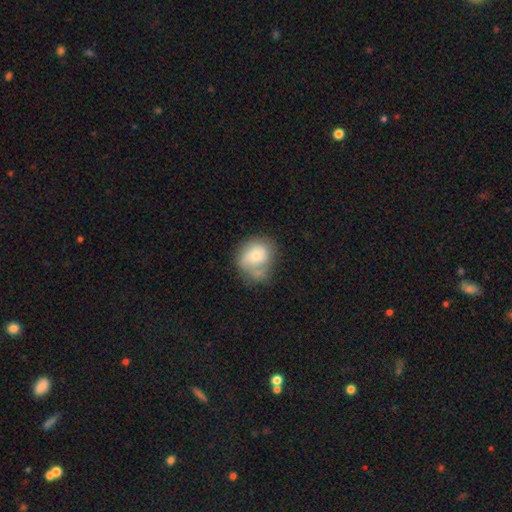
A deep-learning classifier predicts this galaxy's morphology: A smooth galaxy with no disk features (63%) that is round (62%). Merging: none (37%).